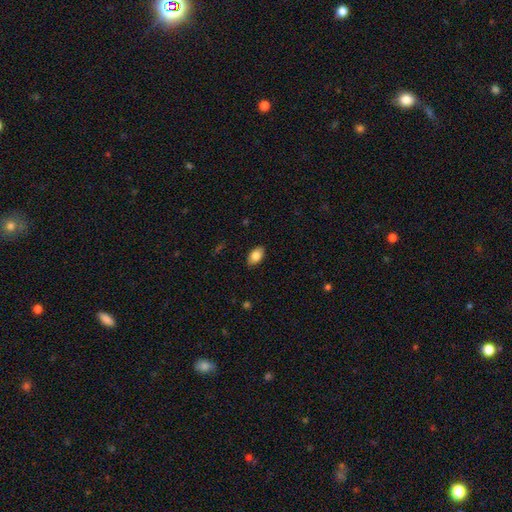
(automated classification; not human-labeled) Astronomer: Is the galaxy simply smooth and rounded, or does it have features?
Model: smooth — 85%.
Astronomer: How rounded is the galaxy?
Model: in between — 92%.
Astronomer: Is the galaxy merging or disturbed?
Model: none — 87%.